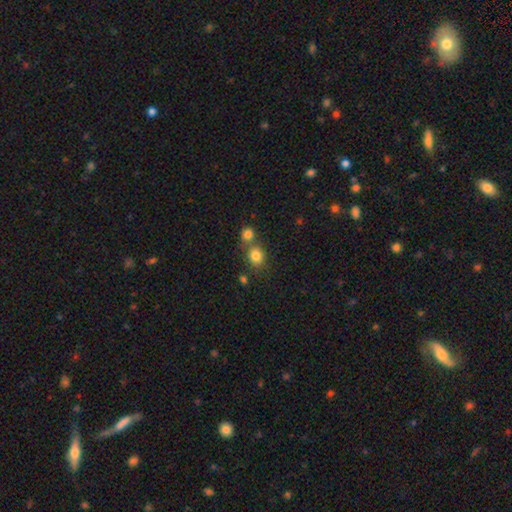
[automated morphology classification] Smooth or featured: smooth — 82% (star or artifact — 12%)
How rounded: round — 70% (in between — 29%)
Merging: none — 54% (merger — 34%)